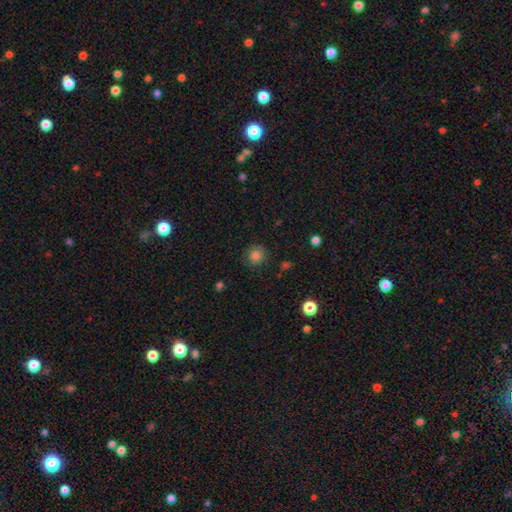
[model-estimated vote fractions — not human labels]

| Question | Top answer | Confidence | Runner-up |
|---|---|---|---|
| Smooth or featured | smooth | 82% | star or artifact (12%) |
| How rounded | round | 91% | in between (8%) |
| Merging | none | 84% | minor disturbance (11%) |